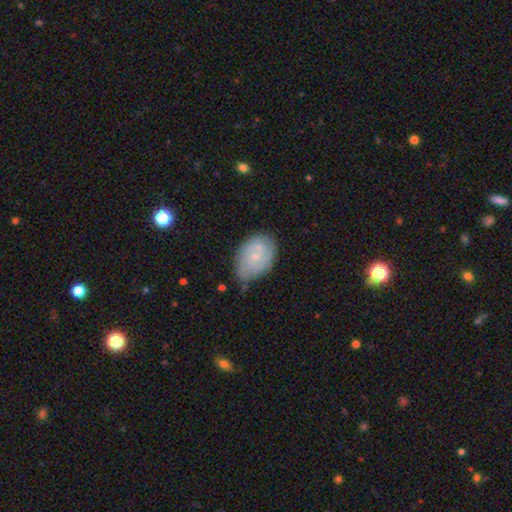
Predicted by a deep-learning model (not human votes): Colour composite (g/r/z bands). It shows a featured or disk galaxy (66%) with no bar (64%), 2 (42%) tight (59%) spiral arms (89%) and a small central bulge (73%). Merging: none (62%).